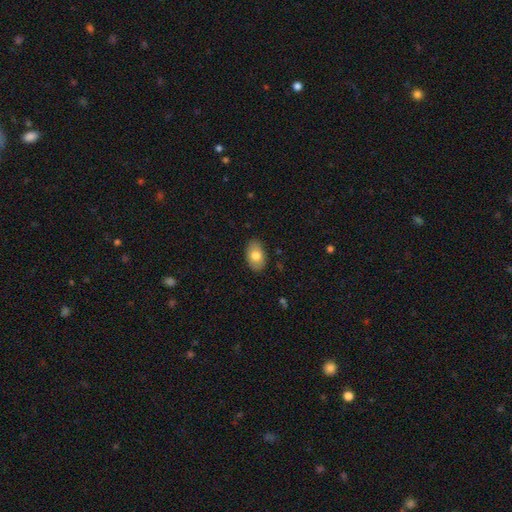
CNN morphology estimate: smooth 79%, featured or disk 15%, star or artifact 7%. Down the decision tree: how rounded — in between (91%); merging — none (87%).